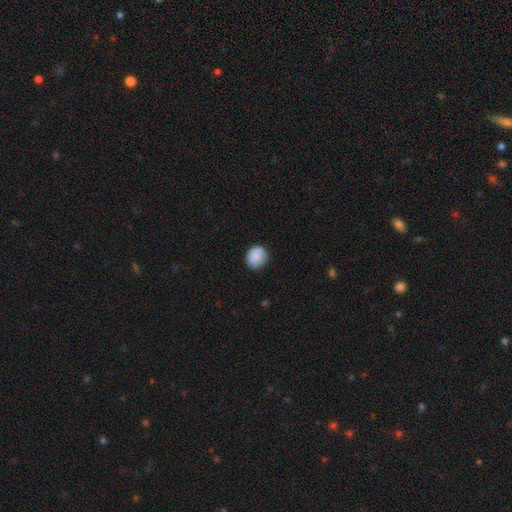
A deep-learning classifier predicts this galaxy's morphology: Smooth or featured?
  - smooth: 83% *
  - featured or disk: 9%
  - star or artifact: 7%
How rounded?
  - round: 74% *
  - in between: 25%
  - cigar-shaped: 1%
Merging?
  - none: 78% *
  - minor disturbance: 17%
  - major disturbance: 3%
  - merger: 1%